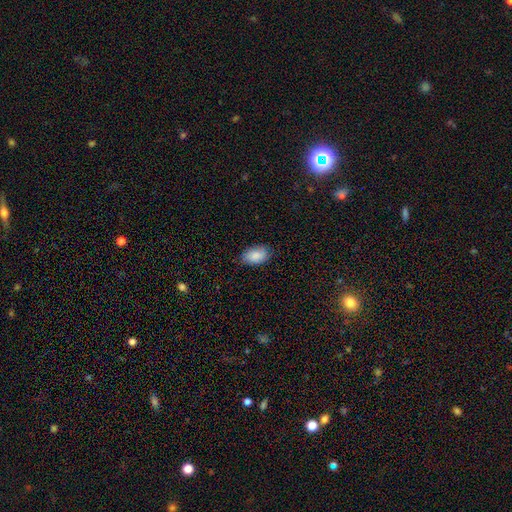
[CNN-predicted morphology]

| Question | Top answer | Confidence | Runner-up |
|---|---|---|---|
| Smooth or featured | smooth | 87% | featured or disk (7%) |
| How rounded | in between | 93% | round (6%) |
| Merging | none | 80% | minor disturbance (16%) |